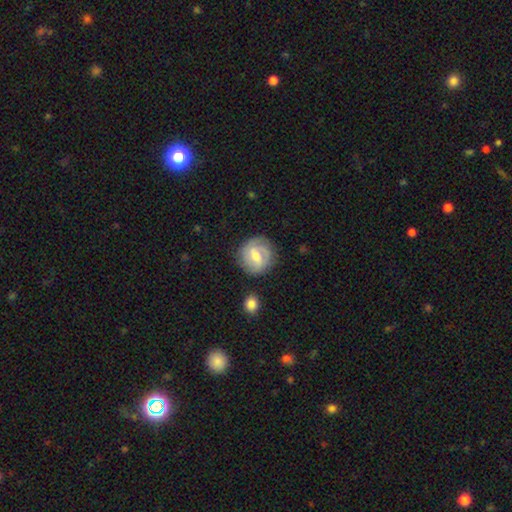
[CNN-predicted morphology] Smooth or featured: featured or disk — 52% (smooth — 41%)
Edge-on disk: no — 96% (yes — 4%)
Bar: weak — 57% (no — 22%)
Spiral arms: yes — 74% (no — 26%)
Bulge size: moderate — 64% (small — 26%)
Merging: none — 75% (minor disturbance — 16%)